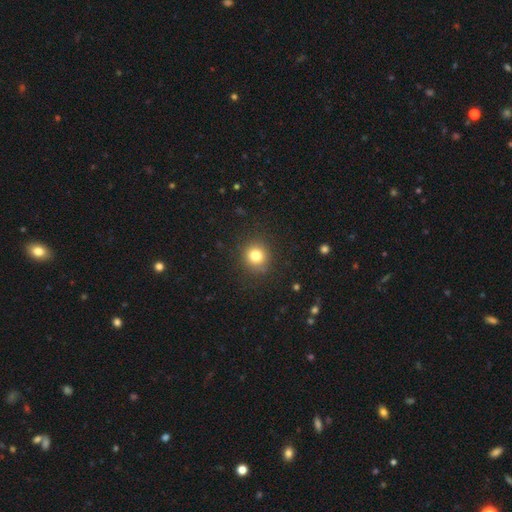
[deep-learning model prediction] smooth 80%, star or artifact 13%, featured or disk 7%. Down the decision tree: how rounded — round (89%); merging — none (88%).